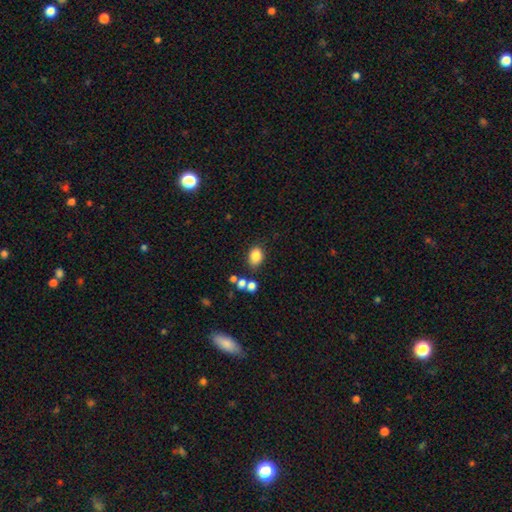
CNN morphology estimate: The model was most divided on "how rounded": in between: 71%, round: 28%, cigar-shaped: 1%. More confident: smooth or featured — smooth (84%); merging — none (74%).